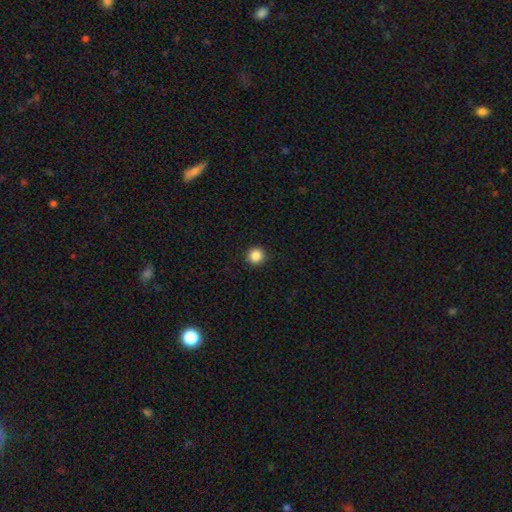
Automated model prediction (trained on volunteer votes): smooth 87%, star or artifact 10%, featured or disk 3%. Down the decision tree: how rounded — round (95%); merging — none (92%).